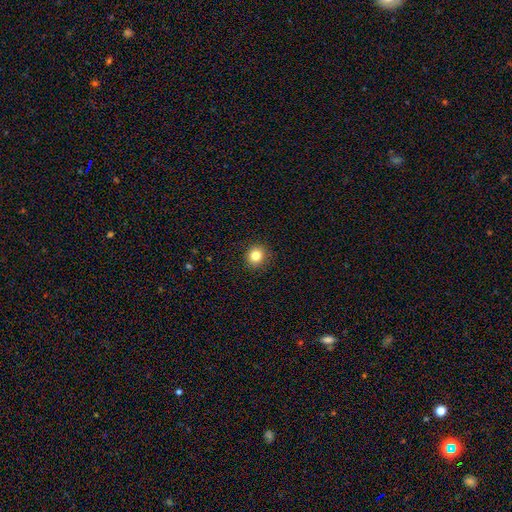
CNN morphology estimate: A smooth galaxy with no disk features (83%) that is round (87%). Merging: none (91%).